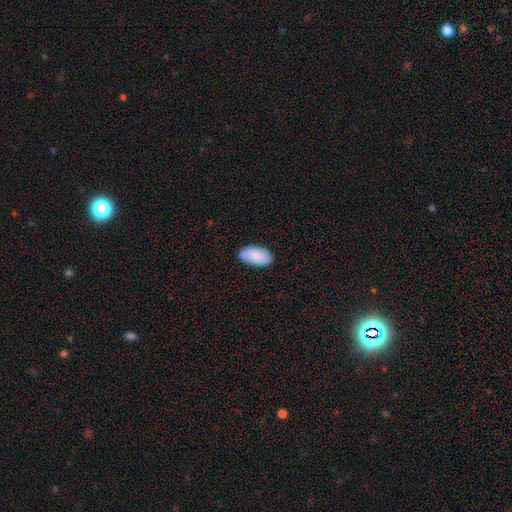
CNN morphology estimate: Smooth or featured?
  - smooth: 80% *
  - featured or disk: 14%
  - star or artifact: 6%
How rounded?
  - in between: 95% *
  - cigar-shaped: 3%
  - round: 2%
Merging?
  - none: 84% *
  - minor disturbance: 13%
  - major disturbance: 2%
  - merger: 1%